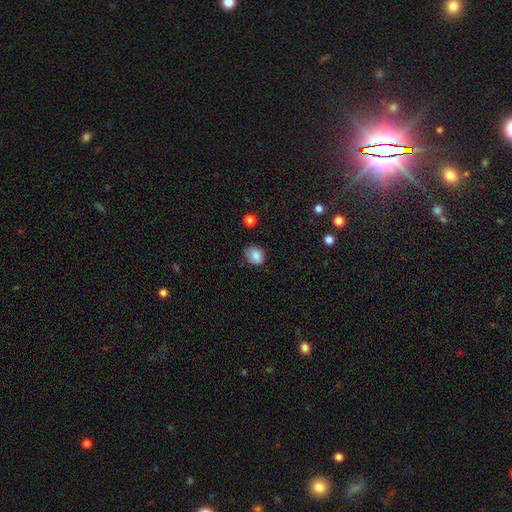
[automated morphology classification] smooth 85%, star or artifact 9%, featured or disk 6%. Down the decision tree: how rounded — round (55%); merging — none (71%).